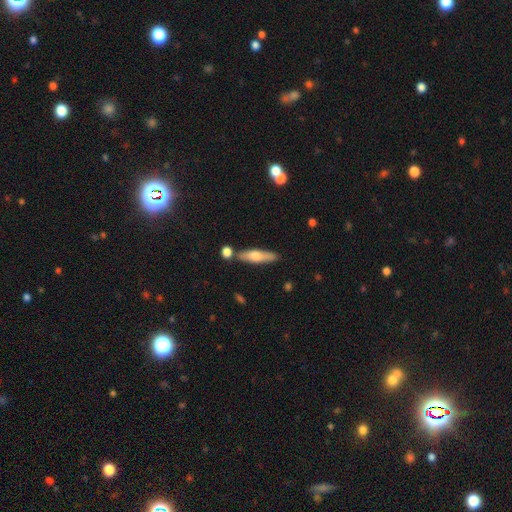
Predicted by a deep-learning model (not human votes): smooth 58%, featured or disk 36%, star or artifact 6%. Down the decision tree: how rounded — cigar-shaped (74%); merging — none (78%).